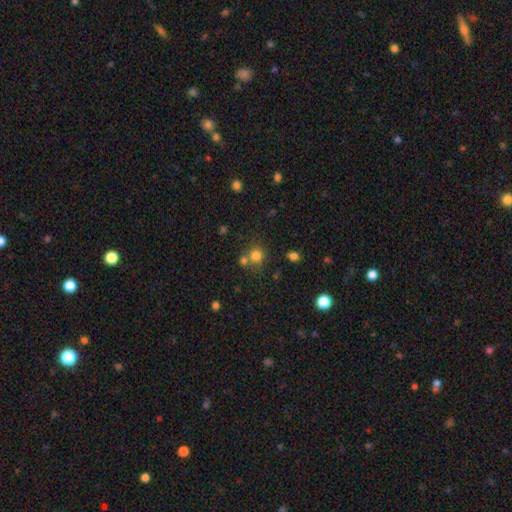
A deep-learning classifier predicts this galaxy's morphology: smooth-or-featured: smooth: 78% | star or artifact: 15% | featured or disk: 7%
  how-rounded: round: 85% | in between: 14% | cigar-shaped: 1%
  merging: none: 59% | merger: 27% | minor disturbance: 10% | major disturbance: 4%